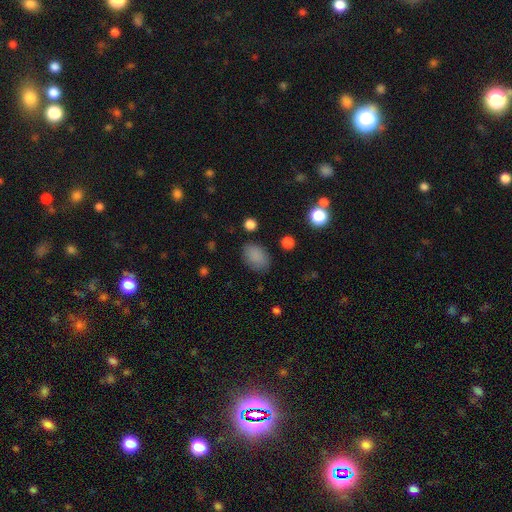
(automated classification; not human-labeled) Smooth or featured? Predicted: smooth (p=0.84). How rounded? Predicted: in between (p=0.80). Merging? Predicted: none (p=0.77).